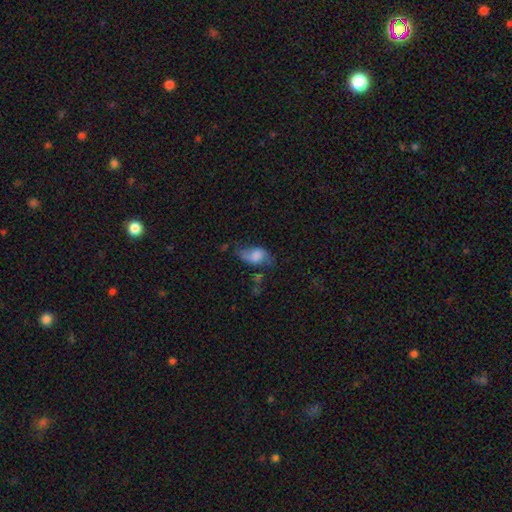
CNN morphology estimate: Smooth or featured?
  - smooth: 64% *
  - featured or disk: 27%
  - star or artifact: 9%
How rounded?
  - in between: 88% *
  - round: 9%
  - cigar-shaped: 3%
Merging?
  - none: 39% *
  - minor disturbance: 34%
  - major disturbance: 22%
  - merger: 5%